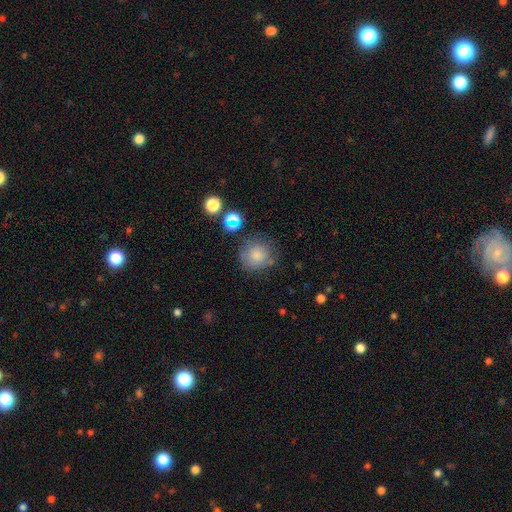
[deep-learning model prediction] A smooth galaxy with no disk features (80%) that is round (91%). Merging: none (71%).